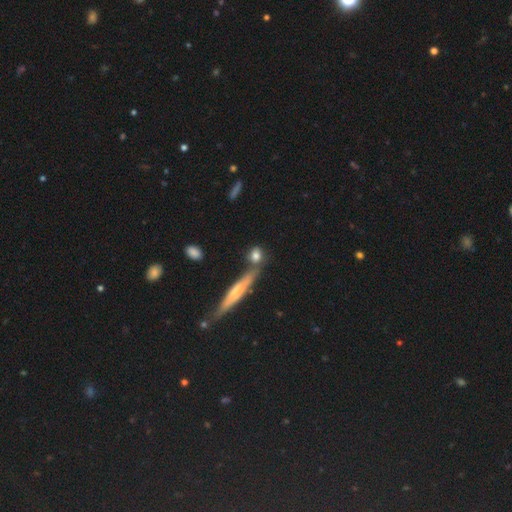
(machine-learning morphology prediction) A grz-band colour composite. It shows a smooth galaxy with no disk features (76%) that is round (54%). Merging: none (61%).